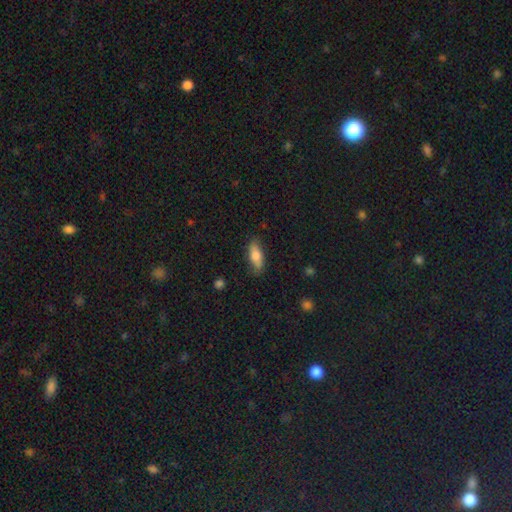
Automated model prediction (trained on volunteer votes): Morphology: type=smooth (76%); roundness=in between (67%); merging=none (81%).